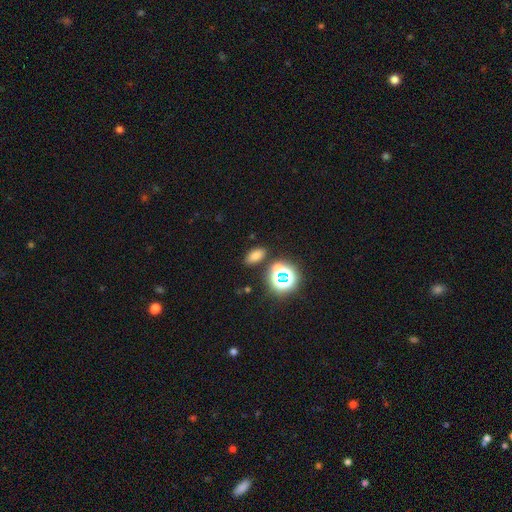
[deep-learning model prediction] Smooth or featured? smooth (67%)
How rounded? in between (85%)
Merging? none (83%)